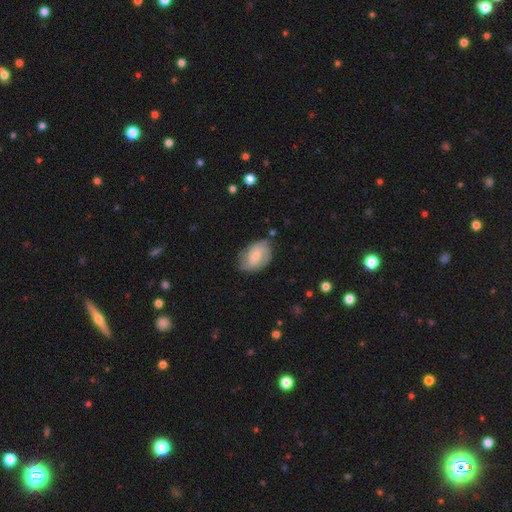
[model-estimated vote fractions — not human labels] Smooth or featured? Predicted: smooth (p=0.48). Merging? Predicted: none (p=0.66).